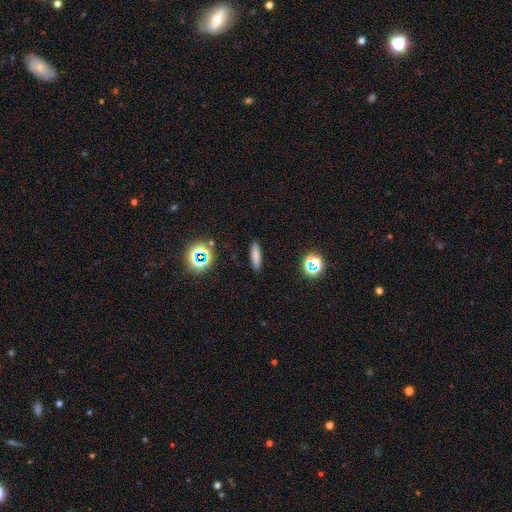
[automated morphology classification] smooth-or-featured: smooth: 75% | star or artifact: 14% | featured or disk: 11%
  how-rounded: cigar-shaped: 70% | in between: 26% | round: 4%
  merging: none: 90% | minor disturbance: 7% | major disturbance: 2% | merger: 1%